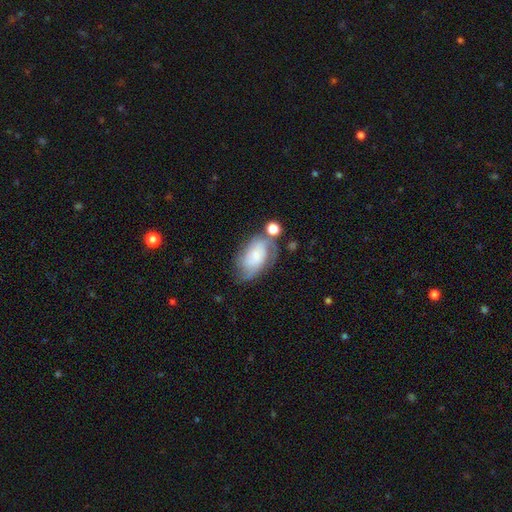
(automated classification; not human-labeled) Smooth or featured? Predicted: featured or disk (p=0.56). Edge-on disk? Predicted: no (p=0.95). Bar? Predicted: no (p=0.69). Spiral arms? Predicted: yes (p=0.84). Bulge size? Predicted: small (p=0.57). Merging? Predicted: none (p=0.45).